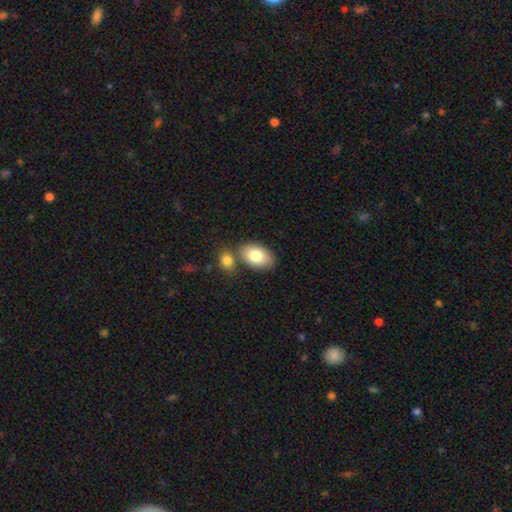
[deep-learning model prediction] Smooth or featured? Predicted: smooth (p=0.81). How rounded? Predicted: in between (p=0.89). Merging? Predicted: none (p=0.61).